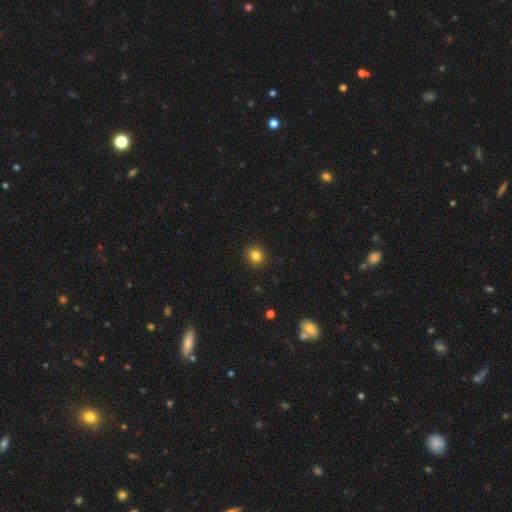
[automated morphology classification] Q: Smooth or featured?
A: smooth (83%); runner-up: star or artifact (12%)
Q: How rounded?
A: round (88%); runner-up: in between (11%)
Q: Merging?
A: none (92%); runner-up: minor disturbance (5%)